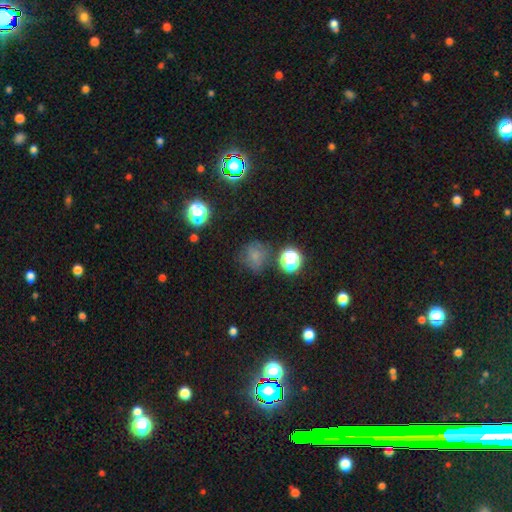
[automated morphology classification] smooth_or_featured: smooth (p=0.64) [alt: star or artifact p=0.23]
how_rounded: round (p=0.81) [alt: in between p=0.18]
merging: none (p=0.64) [alt: minor disturbance p=0.20]